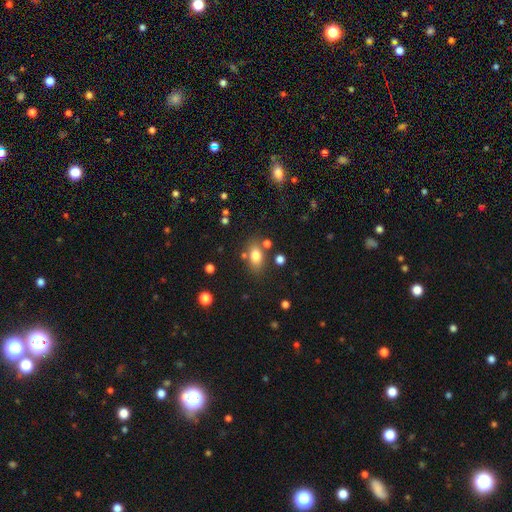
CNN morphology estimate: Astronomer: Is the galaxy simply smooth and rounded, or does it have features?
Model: smooth — 78%.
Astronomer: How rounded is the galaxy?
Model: in between — 80%.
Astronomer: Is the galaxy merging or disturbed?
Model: none — 73%.